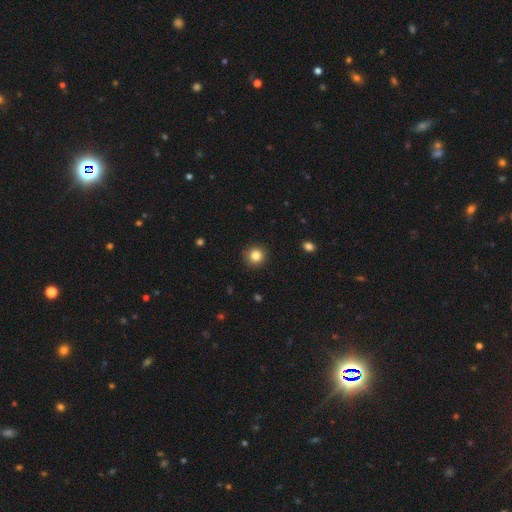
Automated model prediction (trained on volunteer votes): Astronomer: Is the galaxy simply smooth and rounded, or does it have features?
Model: smooth — 84%.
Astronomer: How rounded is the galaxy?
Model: round — 94%.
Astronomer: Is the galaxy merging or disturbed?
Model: none — 91%.